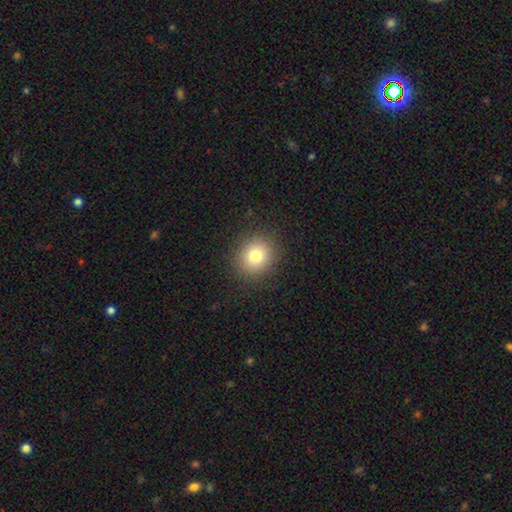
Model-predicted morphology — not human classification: Smooth or featured? Predicted: smooth (p=0.79). How rounded? Predicted: round (p=0.80). Merging? Predicted: none (p=0.89).